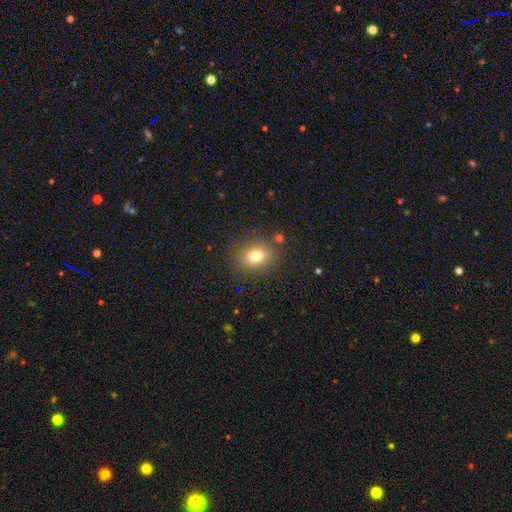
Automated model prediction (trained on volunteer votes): smooth-or-featured: smooth: 77% | star or artifact: 13% | featured or disk: 10%
  how-rounded: round: 51% | in between: 48% | cigar-shaped: 1%
  merging: none: 84% | minor disturbance: 10% | major disturbance: 4% | merger: 2%